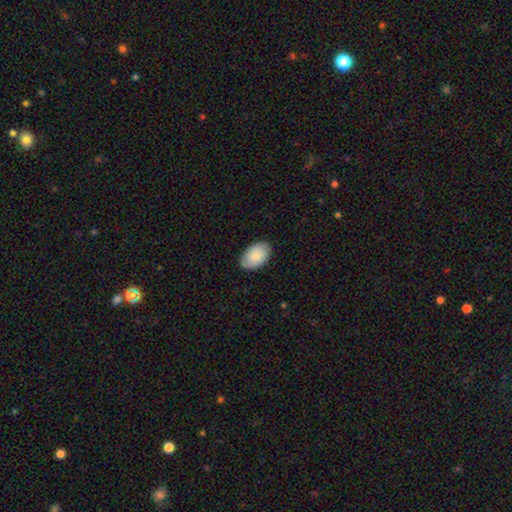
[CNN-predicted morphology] Smooth or featured: smooth — 71% (featured or disk — 23%)
How rounded: in between — 91% (round — 8%)
Merging: none — 83% (minor disturbance — 14%)